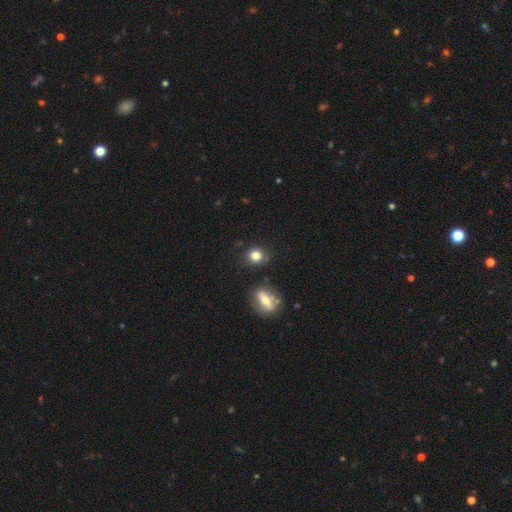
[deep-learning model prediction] Q: Smooth or featured?
A: smooth (80%); runner-up: star or artifact (12%)
Q: How rounded?
A: round (85%); runner-up: in between (14%)
Q: Merging?
A: none (81%); runner-up: minor disturbance (10%)